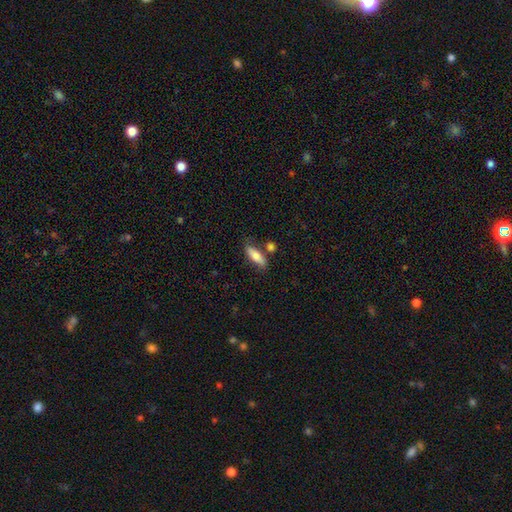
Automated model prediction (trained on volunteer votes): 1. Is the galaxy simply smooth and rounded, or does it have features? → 74% smooth, 20% featured or disk, 6% star or artifact.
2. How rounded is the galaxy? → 56% in between, 42% cigar-shaped, 3% round.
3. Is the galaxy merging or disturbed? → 71% none, 15% minor disturbance, 10% merger, 4% major disturbance.